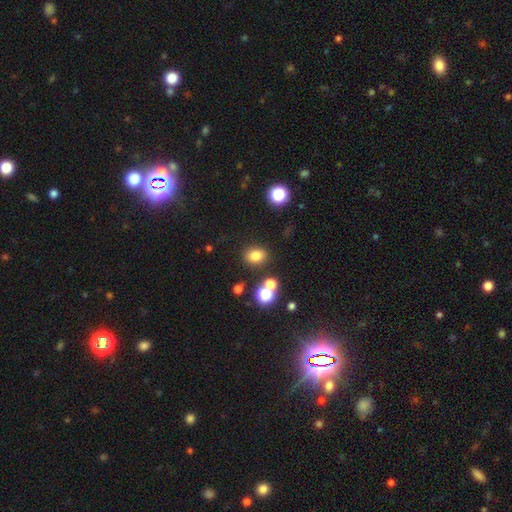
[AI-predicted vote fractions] Smooth or featured?
  - smooth: 78% *
  - star or artifact: 15%
  - featured or disk: 7%
How rounded?
  - in between: 51% *
  - round: 48%
  - cigar-shaped: 1%
Merging?
  - none: 80% *
  - minor disturbance: 9%
  - merger: 7%
  - major disturbance: 3%